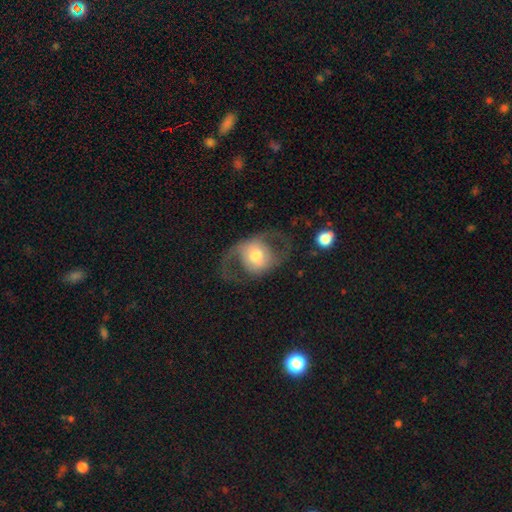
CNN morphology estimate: featured or disk 63%, smooth 32%, star or artifact 6%. Down the decision tree: edge-on disk — no (95%); bar — no (65%); spiral arms — yes (62%); bulge size — moderate (64%); merging — none (57%).